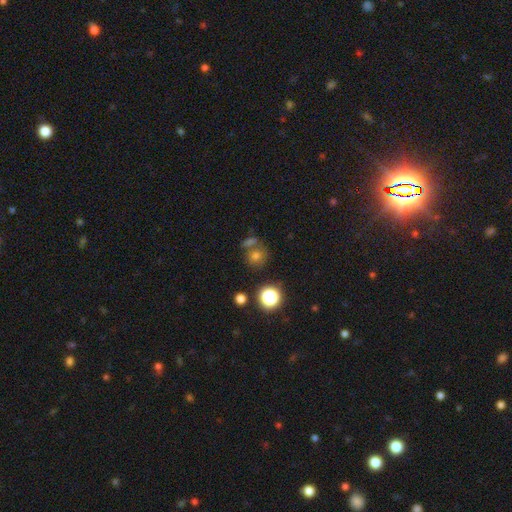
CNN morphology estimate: smooth 70%, star or artifact 20%, featured or disk 10%. Down the decision tree: how rounded — round (86%); merging — none (59%).